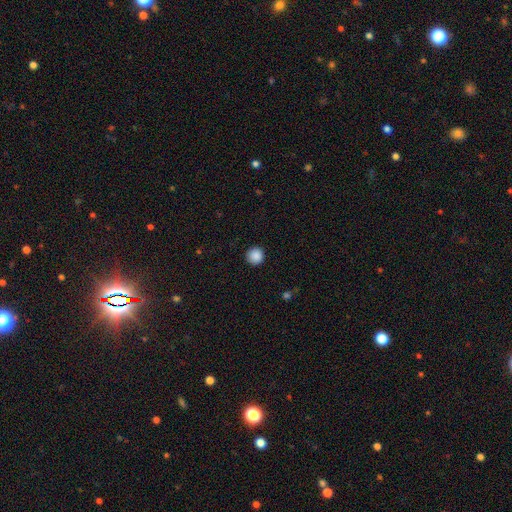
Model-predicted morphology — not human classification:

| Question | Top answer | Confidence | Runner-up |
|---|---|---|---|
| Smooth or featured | smooth | 88% | star or artifact (9%) |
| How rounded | round | 95% | in between (4%) |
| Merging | none | 92% | minor disturbance (6%) |